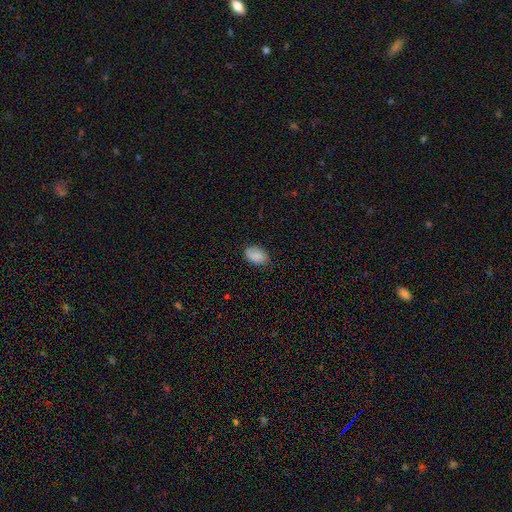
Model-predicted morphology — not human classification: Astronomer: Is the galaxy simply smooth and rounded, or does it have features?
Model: smooth — 84%.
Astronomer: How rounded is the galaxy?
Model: in between — 88%.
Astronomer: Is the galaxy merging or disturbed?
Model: none — 75%.